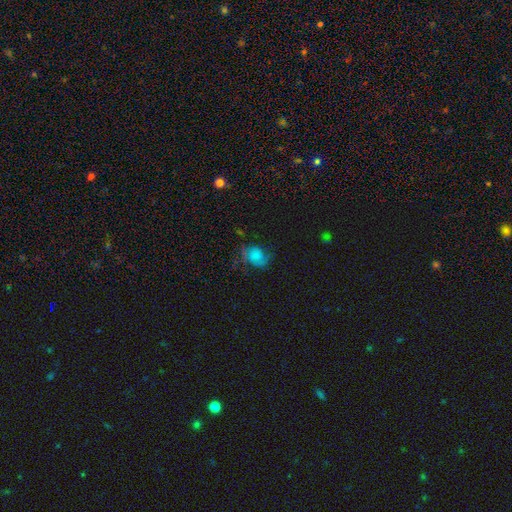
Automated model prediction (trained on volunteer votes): A smooth galaxy with no disk features (45%).

Vote fractions:
- Smooth or featured? smooth: 45% / featured or disk: 42% / star or artifact: 12%
- Merging? none: 49% / minor disturbance: 25% / major disturbance: 24% / merger: 2%